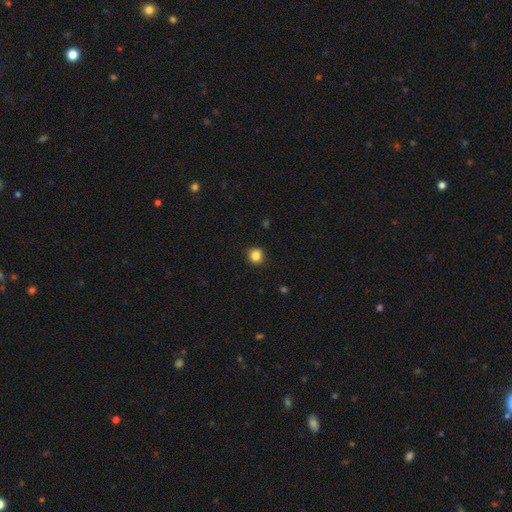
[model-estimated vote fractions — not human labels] smooth-or-featured: smooth: 85% | star or artifact: 11% | featured or disk: 4%
  how-rounded: round: 90% | in between: 9% | cigar-shaped: 1%
  merging: none: 91% | minor disturbance: 6% | major disturbance: 2% | merger: 1%